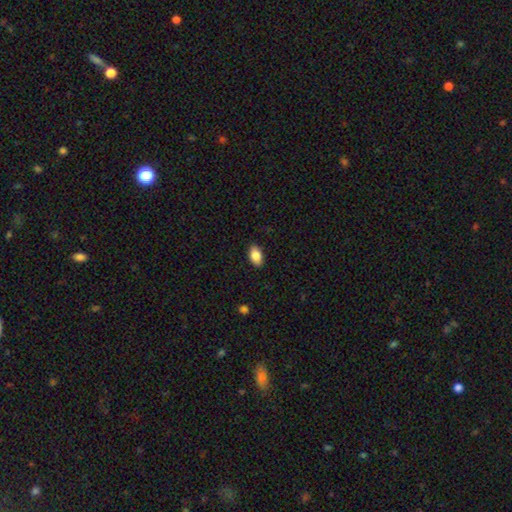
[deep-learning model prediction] Q: Smooth or featured?
A: smooth (85%); runner-up: featured or disk (8%)
Q: How rounded?
A: in between (92%); runner-up: round (6%)
Q: Merging?
A: none (89%); runner-up: minor disturbance (8%)